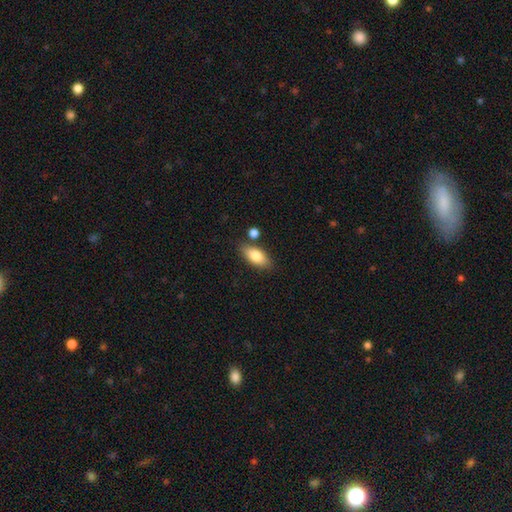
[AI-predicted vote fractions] Smooth or featured? smooth (82%)
How rounded? in between (86%)
Merging? none (76%)